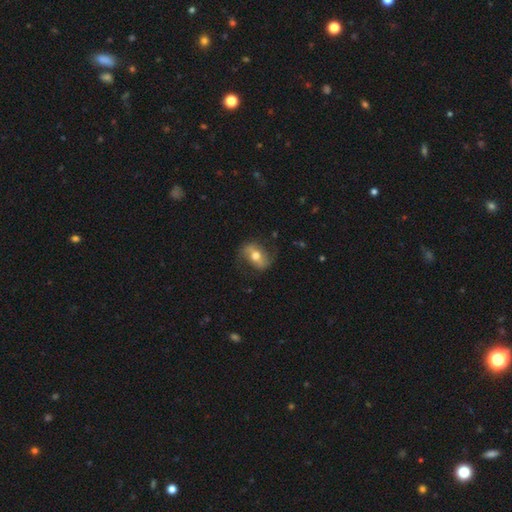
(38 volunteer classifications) This is possibly a smooth galaxy (50%). How rounded: likely in between (68%). Merging: likely none (69%).